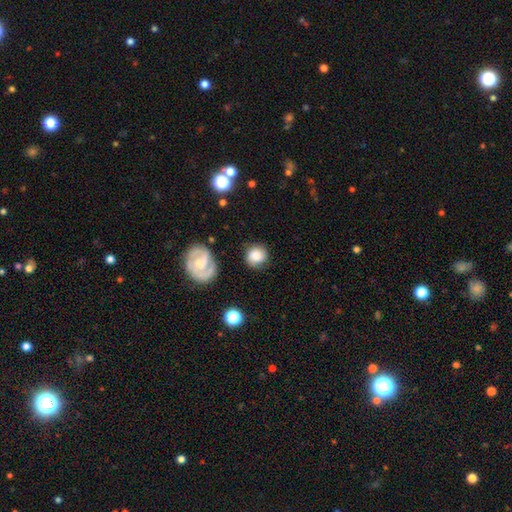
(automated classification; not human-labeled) This appears to be a smooth galaxy with no disk features (68%) that is round (85%). Merging: none (75%).